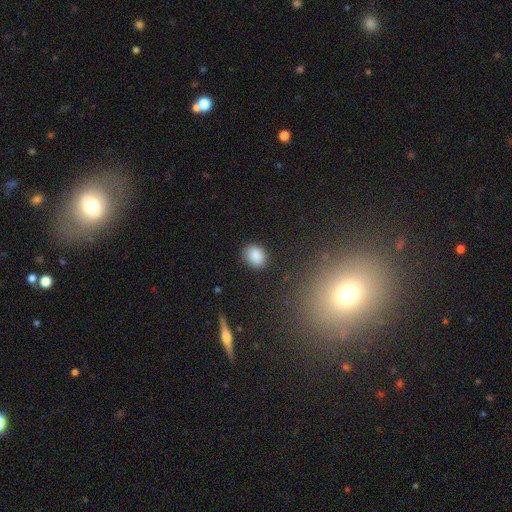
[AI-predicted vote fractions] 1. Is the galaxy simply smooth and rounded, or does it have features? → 87% smooth, 9% star or artifact, 4% featured or disk.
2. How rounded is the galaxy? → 55% in between, 44% round, 1% cigar-shaped.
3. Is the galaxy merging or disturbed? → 86% none, 10% minor disturbance, 2% major disturbance, 1% merger.